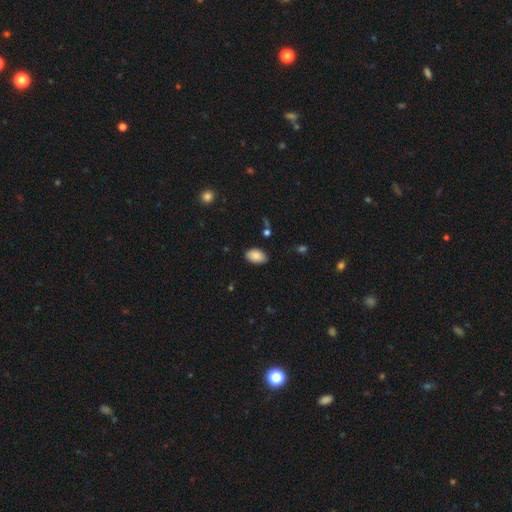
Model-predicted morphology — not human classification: A smooth galaxy with no disk features (86%) that is in between round and cigar-shaped (92%). Merging: none (81%).